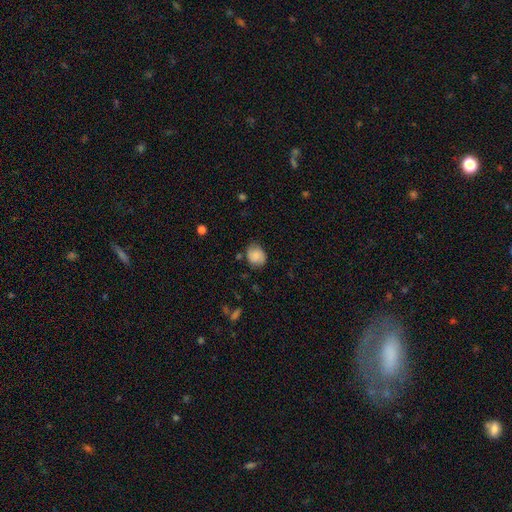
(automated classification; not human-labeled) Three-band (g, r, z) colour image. It shows a smooth galaxy with no disk features (71%) that is round (57%). Merging: none (67%).